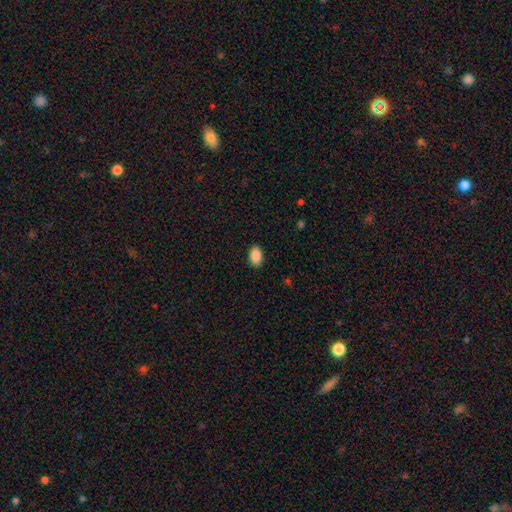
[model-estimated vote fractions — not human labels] smooth_or_featured: smooth (p=0.90) [alt: star or artifact p=0.07]
how_rounded: in between (p=0.92) [alt: round p=0.07]
merging: none (p=0.89) [alt: minor disturbance p=0.08]